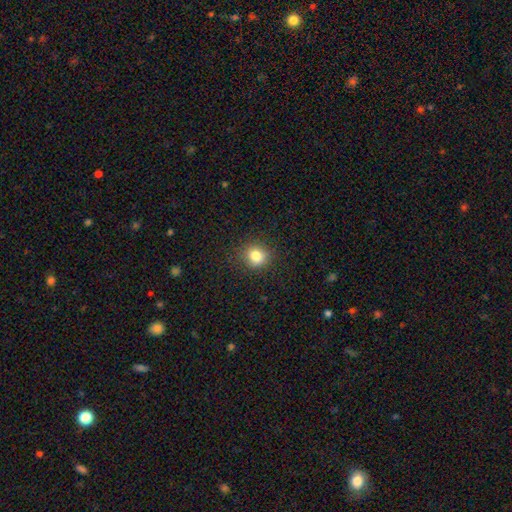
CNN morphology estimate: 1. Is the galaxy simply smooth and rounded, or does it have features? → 81% smooth, 12% star or artifact, 7% featured or disk.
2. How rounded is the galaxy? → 80% round, 19% in between, 1% cigar-shaped.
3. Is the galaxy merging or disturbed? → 86% none, 10% minor disturbance, 3% major disturbance, 1% merger.